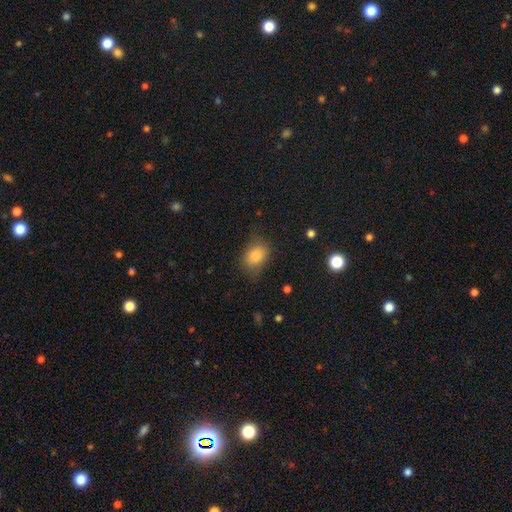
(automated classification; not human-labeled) smooth 85%, star or artifact 9%, featured or disk 6%. Down the decision tree: how rounded — in between (69%); merging — none (69%).